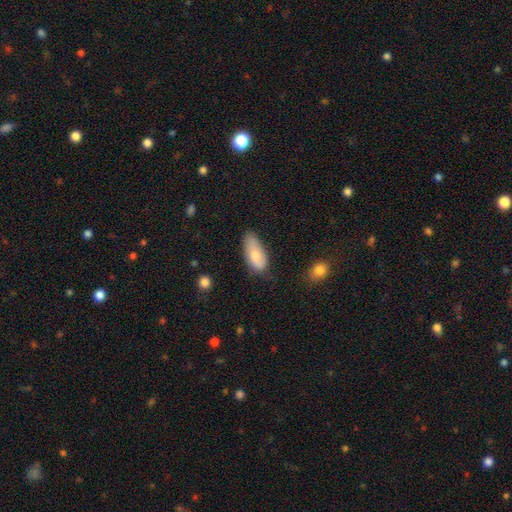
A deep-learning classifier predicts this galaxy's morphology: A smooth galaxy with no disk features (75%) that is in between round and cigar-shaped (86%). Merging: none (54%).